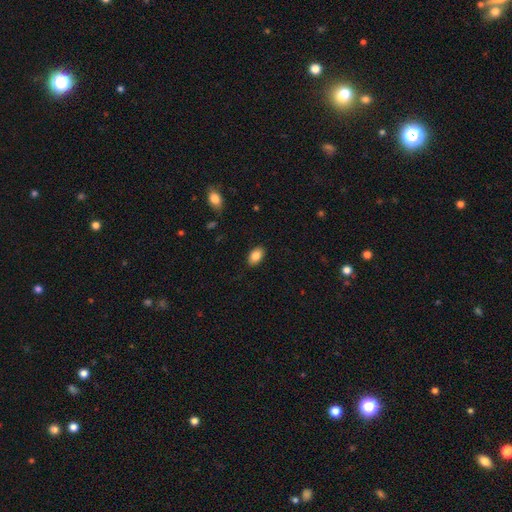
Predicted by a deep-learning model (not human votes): Smooth or featured? Predicted: smooth (p=0.85). How rounded? Predicted: in between (p=0.90). Merging? Predicted: none (p=0.87).